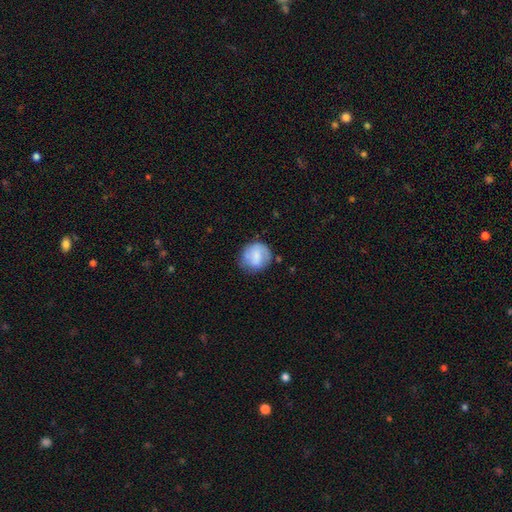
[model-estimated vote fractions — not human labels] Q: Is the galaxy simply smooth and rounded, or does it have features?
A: smooth — 61%.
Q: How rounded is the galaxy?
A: round — 82%.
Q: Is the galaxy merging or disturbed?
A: none — 64%.